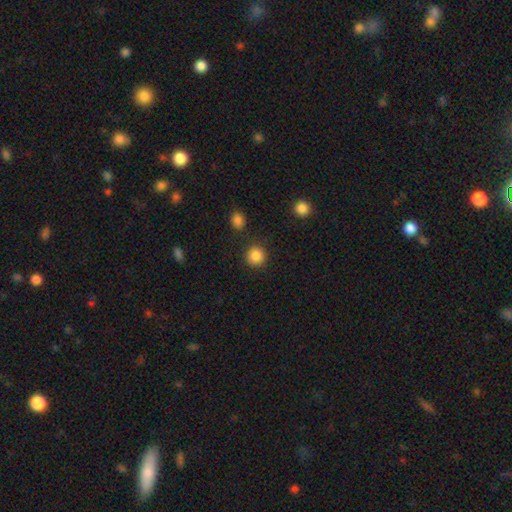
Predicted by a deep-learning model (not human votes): Morphology: type=smooth (86%); roundness=round (94%); merging=none (89%).